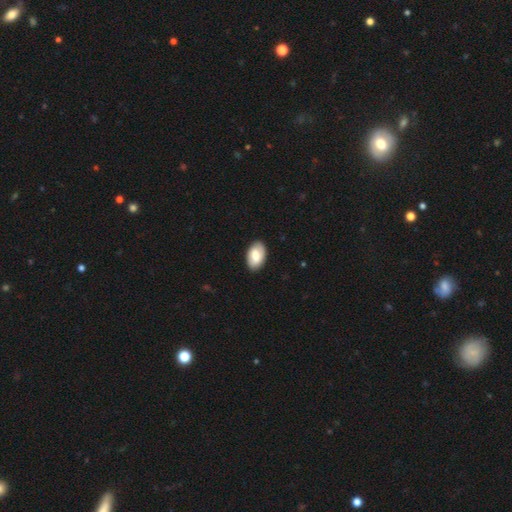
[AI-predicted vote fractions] A smooth galaxy with no disk features (73%) that is in between round and cigar-shaped (93%). Merging: none (86%).